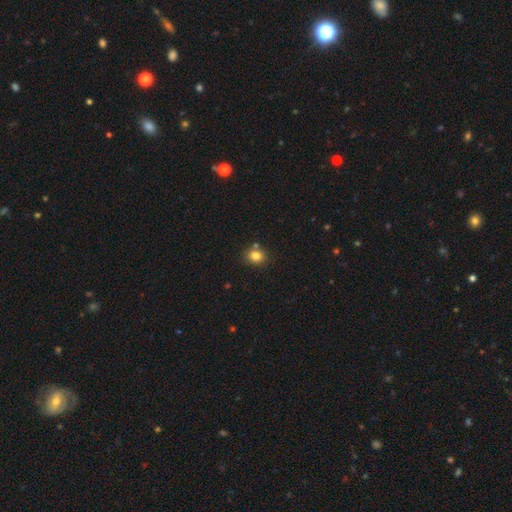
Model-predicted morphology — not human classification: smooth_or_featured: smooth (p=0.82) [alt: star or artifact p=0.12]
how_rounded: round (p=0.66) [alt: in between p=0.33]
merging: none (p=0.74) [alt: minor disturbance p=0.11]